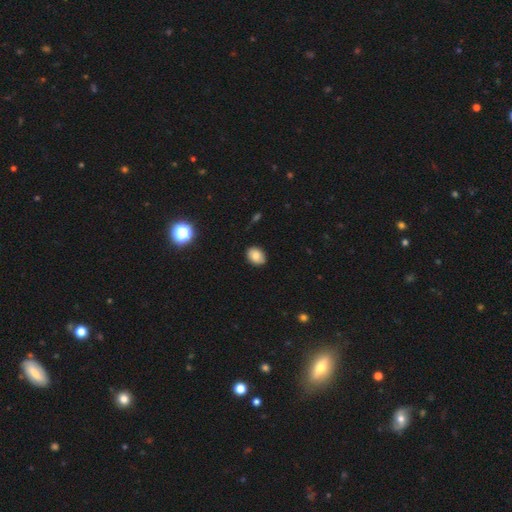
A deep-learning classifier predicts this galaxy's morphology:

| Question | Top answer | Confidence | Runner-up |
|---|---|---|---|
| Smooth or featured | smooth | 83% | star or artifact (9%) |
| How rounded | in between | 69% | round (30%) |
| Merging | none | 83% | minor disturbance (13%) |